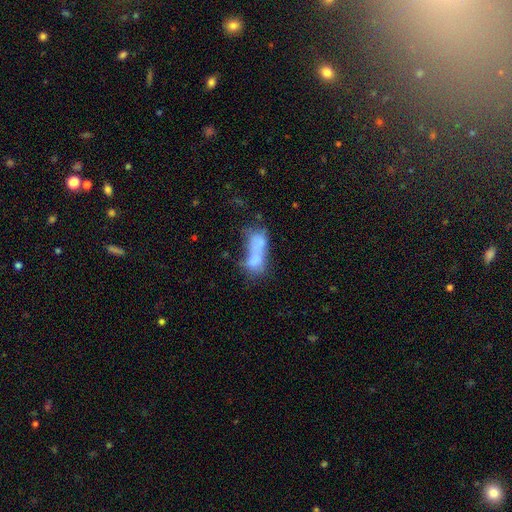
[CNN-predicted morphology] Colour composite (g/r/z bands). It shows a smooth galaxy with no disk features (57%) that is in between round and cigar-shaped (74%). Merging: merger (57%).